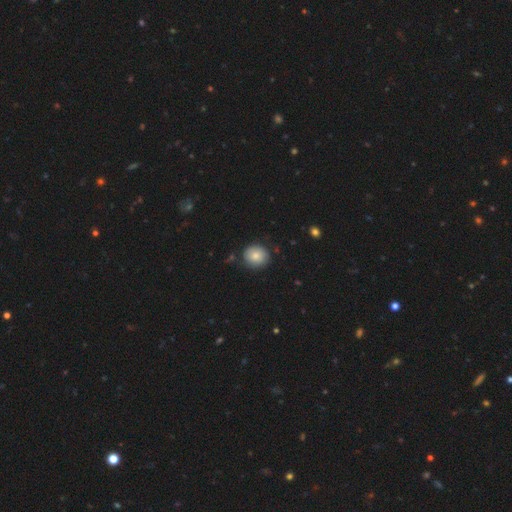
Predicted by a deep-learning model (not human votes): Smooth or featured: smooth — 78% (featured or disk — 14%)
How rounded: round — 82% (in between — 17%)
Merging: none — 81% (minor disturbance — 13%)